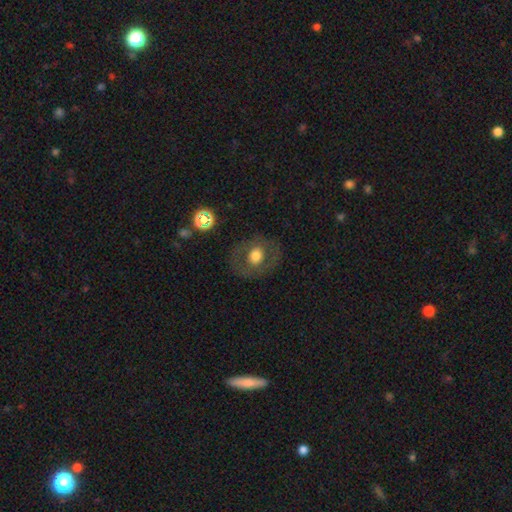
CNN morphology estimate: This is possibly a smooth galaxy (58%). How rounded: likely round (64%). Merging: clearly none (82%).